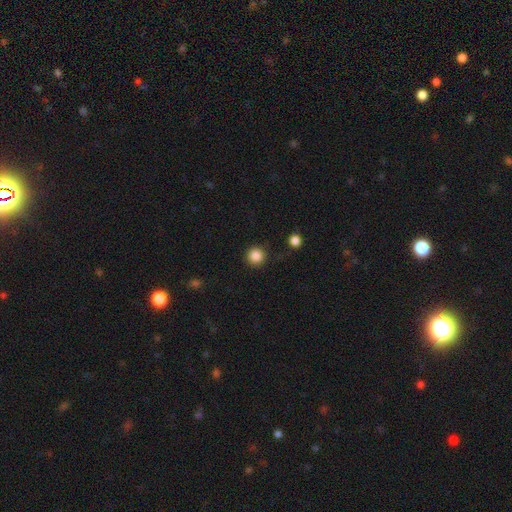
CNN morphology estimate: This appears to be a smooth galaxy with no disk features (86%) that is round (95%). Merging: none (90%).